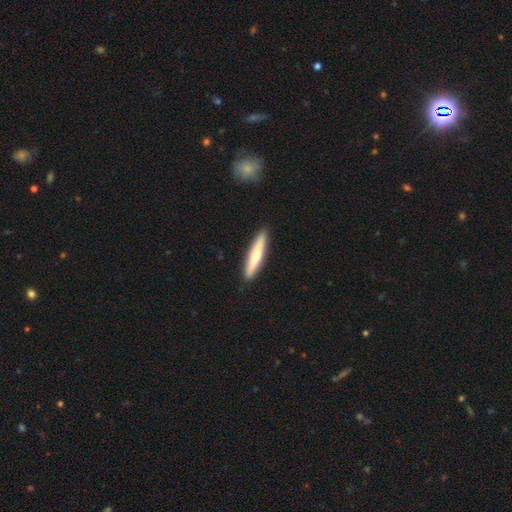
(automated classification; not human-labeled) This is likely a smooth galaxy (63%). How rounded: clearly cigar-shaped (91%). Merging: clearly none (91%).